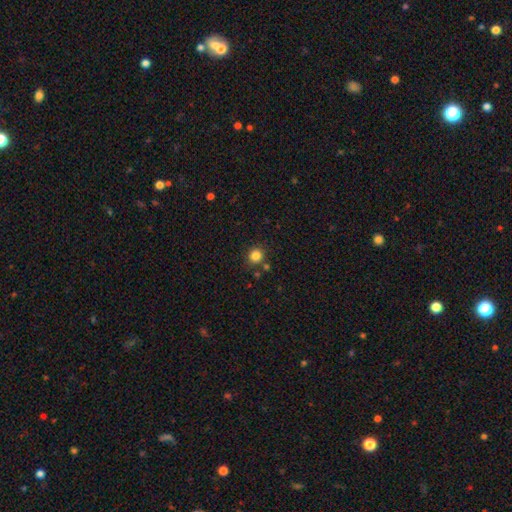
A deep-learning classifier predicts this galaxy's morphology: smooth-or-featured: smooth: 83% | star or artifact: 12% | featured or disk: 5%
  how-rounded: round: 85% | in between: 14% | cigar-shaped: 1%
  merging: none: 82% | minor disturbance: 9% | merger: 6% | major disturbance: 3%